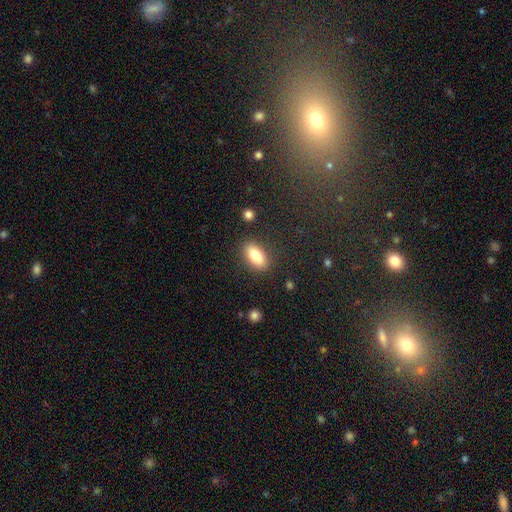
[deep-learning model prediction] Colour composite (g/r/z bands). It shows a smooth galaxy with no disk features (82%) that is in between round and cigar-shaped (86%). Merging: none (86%).